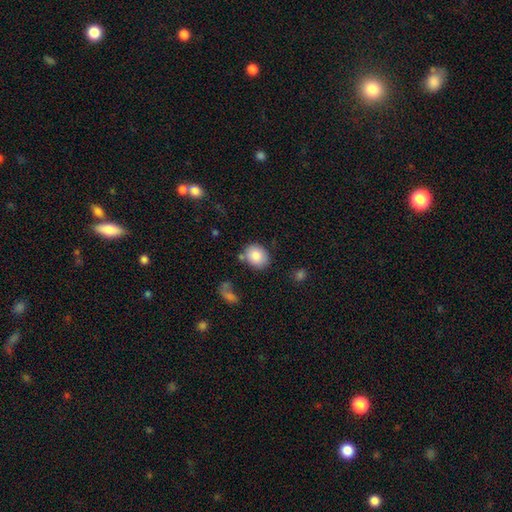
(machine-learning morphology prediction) smooth_or_featured: smooth (p=0.85) [alt: star or artifact p=0.08]
how_rounded: round (p=0.52) [alt: in between p=0.47]
merging: none (p=0.75) [alt: minor disturbance p=0.14]